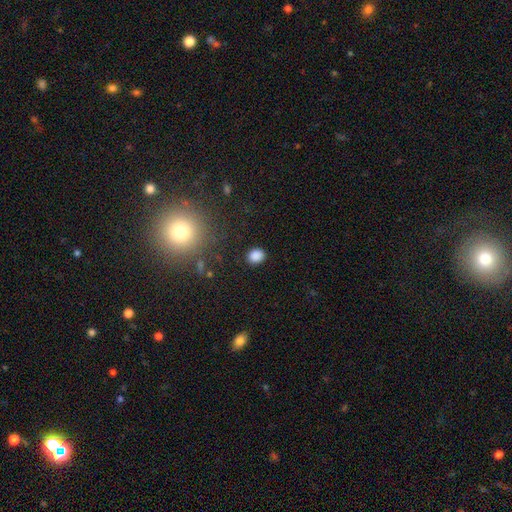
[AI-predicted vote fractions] This is clearly a smooth galaxy (85%). How rounded: possibly round (58%). Merging: clearly none (87%).